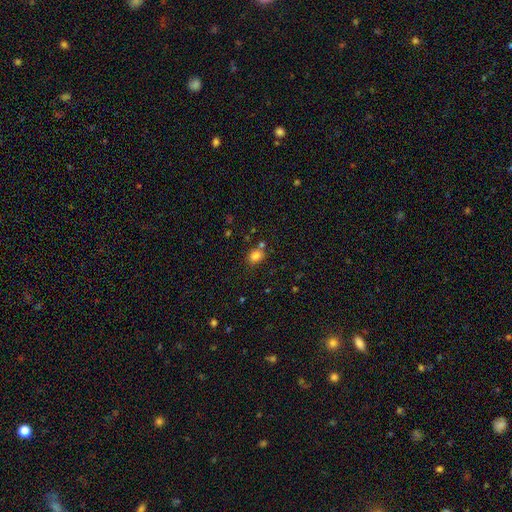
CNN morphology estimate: Smooth or featured?
  - smooth: 81% *
  - star or artifact: 13%
  - featured or disk: 6%
How rounded?
  - round: 50% *
  - in between: 49%
  - cigar-shaped: 1%
Merging?
  - none: 68% *
  - minor disturbance: 14%
  - merger: 13%
  - major disturbance: 4%